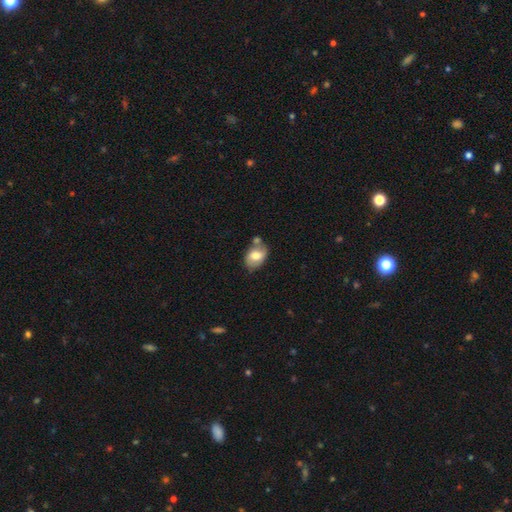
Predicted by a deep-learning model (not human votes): The model was most divided on "merging": none: 53%, minor disturbance: 21%, merger: 20%, major disturbance: 6%. More confident: how rounded — in between (77%); smooth or featured — smooth (67%).